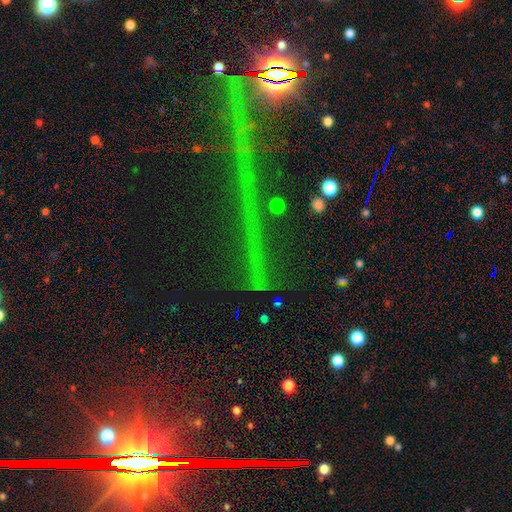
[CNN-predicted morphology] smooth-or-featured: star or artifact: 76% | featured or disk: 12% | smooth: 11%